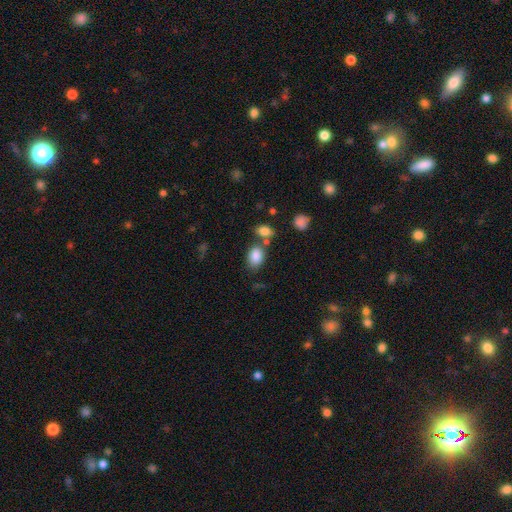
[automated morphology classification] smooth 85%, star or artifact 8%, featured or disk 6%. Down the decision tree: how rounded — in between (79%); merging — none (61%).